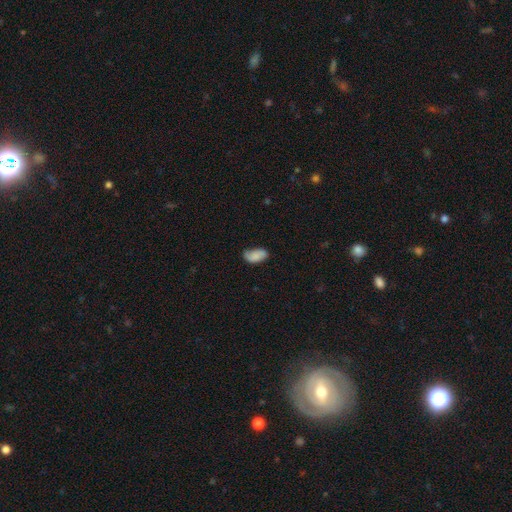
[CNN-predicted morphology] The model was most divided on "merging": none: 57%, minor disturbance: 32%, major disturbance: 10%, merger: 2%. More confident: how rounded — in between (93%); smooth or featured — smooth (69%).